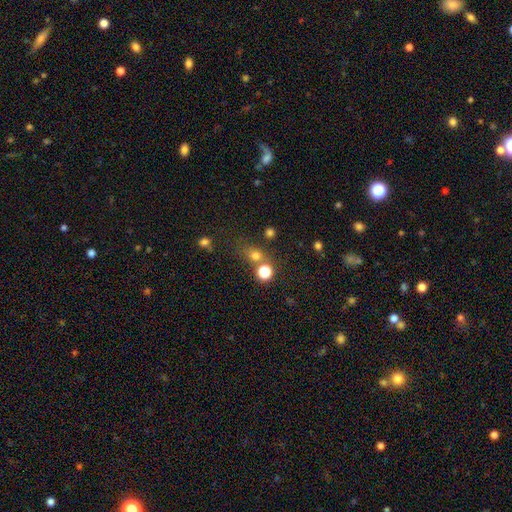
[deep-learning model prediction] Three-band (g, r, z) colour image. It shows a smooth galaxy with no disk features (71%) that is round (73%). Merging: none (62%).